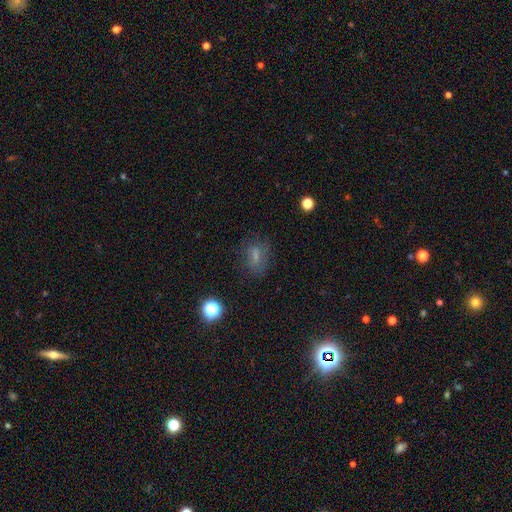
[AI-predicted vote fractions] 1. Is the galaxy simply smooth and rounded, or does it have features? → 62% smooth, 20% star or artifact, 19% featured or disk.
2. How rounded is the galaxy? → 64% in between, 25% round, 11% cigar-shaped.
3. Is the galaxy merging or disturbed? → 67% none, 19% minor disturbance, 11% major disturbance, 3% merger.